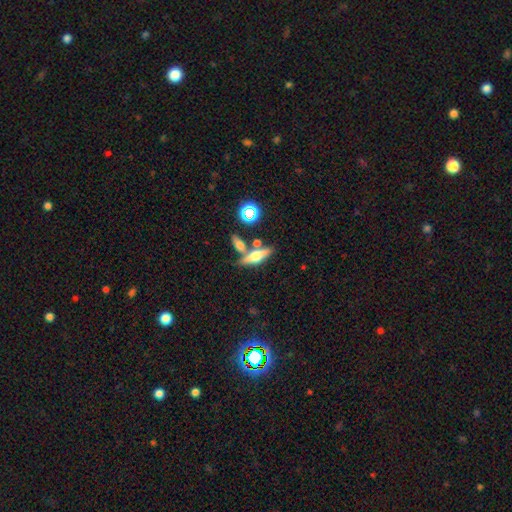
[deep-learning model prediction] smooth_or_featured: featured or disk (p=0.47) [alt: smooth p=0.42]
merging: none (p=0.59) [alt: merger p=0.26]